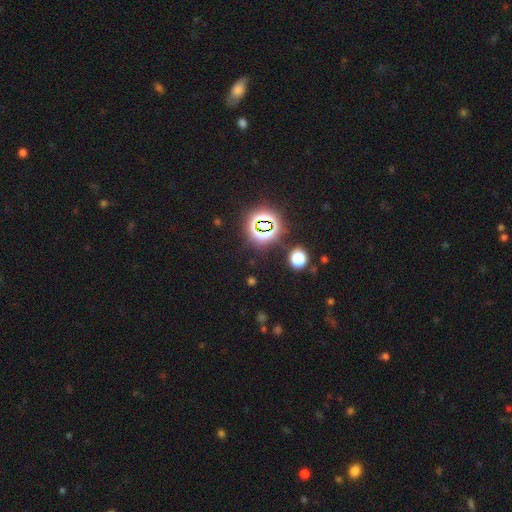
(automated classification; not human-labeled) smooth-or-featured: star or artifact: 79% | smooth: 13% | featured or disk: 8%